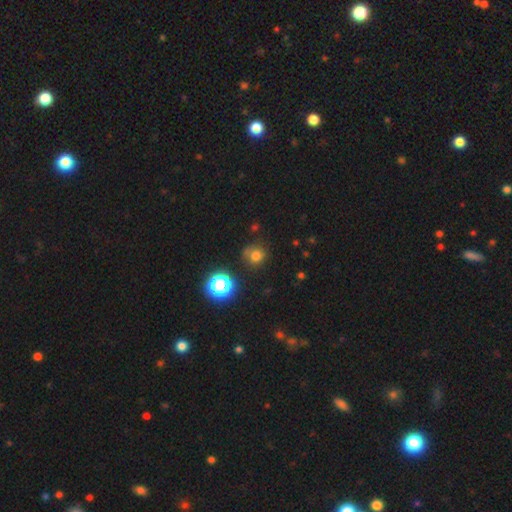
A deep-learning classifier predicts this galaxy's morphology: Smooth or featured? Predicted: smooth (p=0.71). How rounded? Predicted: round (p=0.83). Merging? Predicted: none (p=0.68).